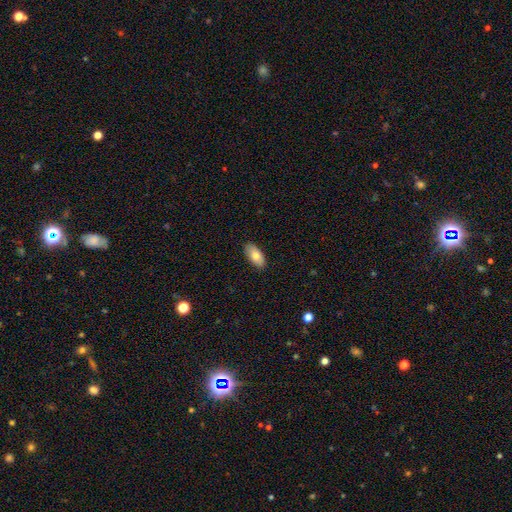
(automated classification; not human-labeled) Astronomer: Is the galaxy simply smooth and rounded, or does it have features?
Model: smooth — 76%.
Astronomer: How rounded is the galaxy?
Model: in between — 91%.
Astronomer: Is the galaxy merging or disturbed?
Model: none — 88%.